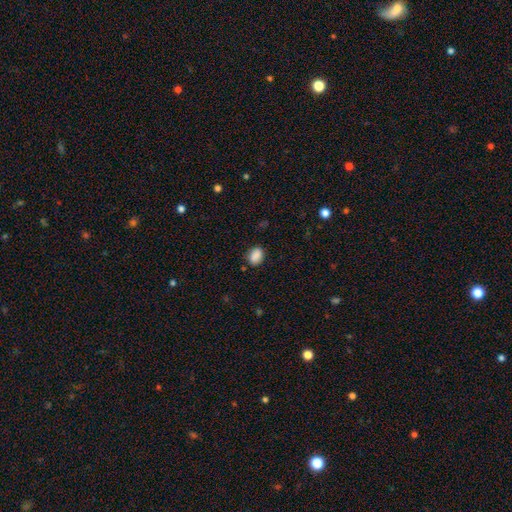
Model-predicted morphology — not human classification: A smooth galaxy with no disk features (87%) that is in between round and cigar-shaped (63%). Merging: none (79%).